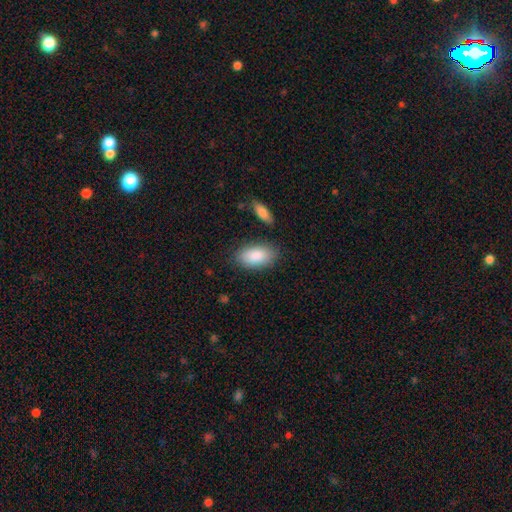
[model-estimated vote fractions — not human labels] Morphology: type=smooth (87%); roundness=in between (93%); merging=none (81%).